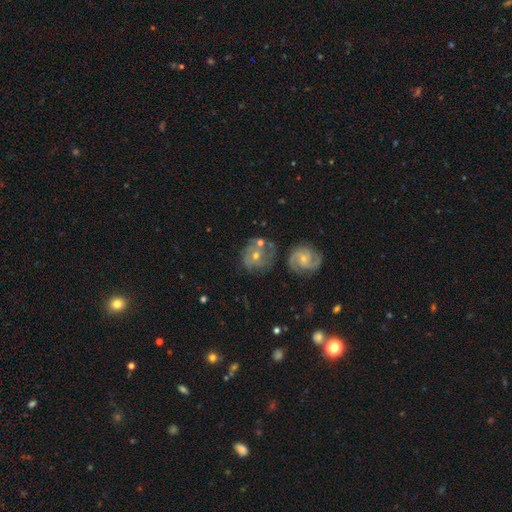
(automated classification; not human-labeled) A featured or disk galaxy (68%) with no bar (62%), 2 (44%) tight (43%, tied with medium) spiral arms (87%) and a small central bulge (56%).

Vote fractions:
- Smooth or featured? featured or disk: 68% / smooth: 20% / star or artifact: 12%
- Edge-on disk? no: 96% / yes: 4%
- Bar? no: 62% / weak: 30% / strong: 8%
- Spiral arms? yes: 87% / no: 13%
- Spiral winding? tight: 43% (tied) / medium: 43% (tied) / loose: 14%
- Spiral arm count? 2: 44% / can't tell: 23% / 3: 20% / 1: 5% / 4: 4% / more than 4: 3%
- Bulge size? small: 56% / moderate: 40% / none: 2% / large: 2% / dominant: 1%
- Merging? none: 58% / merger: 18% / minor disturbance: 15% / major disturbance: 8%